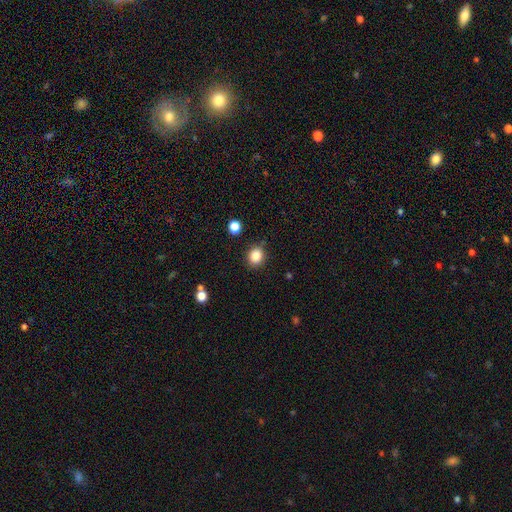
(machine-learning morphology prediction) The model was most divided on "how rounded": round: 68%, in between: 31%, cigar-shaped: 1%. More confident: smooth or featured — smooth (86%); merging — none (83%).